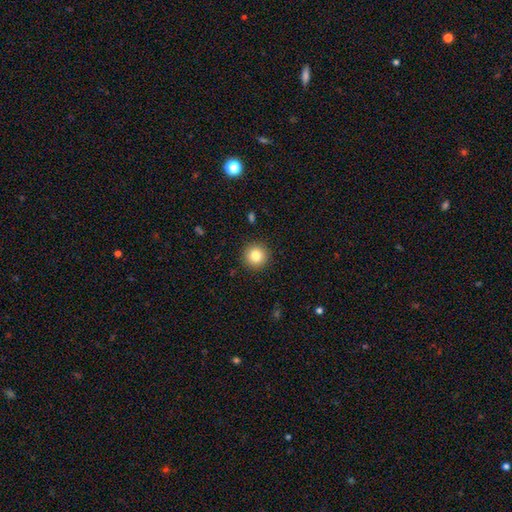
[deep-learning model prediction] smooth_or_featured: smooth (p=0.82) [alt: star or artifact p=0.10]
how_rounded: round (p=0.95) [alt: in between p=0.04]
merging: none (p=0.91) [alt: minor disturbance p=0.06]